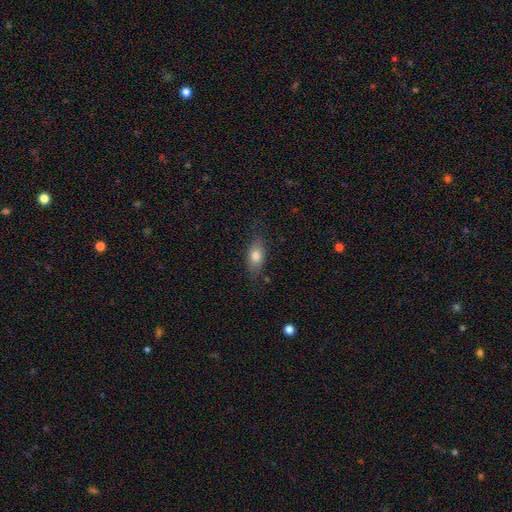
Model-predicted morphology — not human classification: A smooth galaxy with no disk features (76%) that is in between round and cigar-shaped (83%). Merging: none (75%).